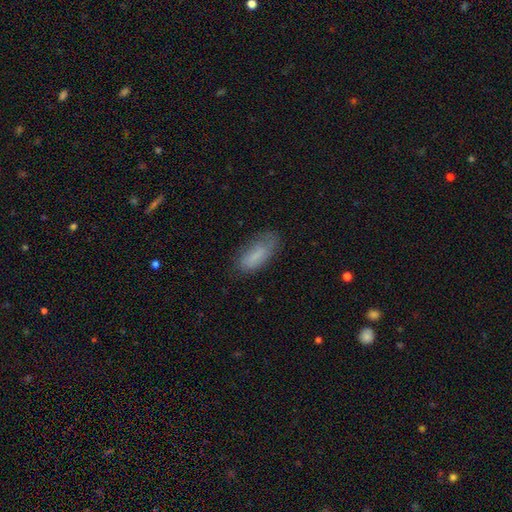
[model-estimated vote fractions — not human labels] A smooth galaxy with no disk features (77%) that is in between round and cigar-shaped (82%). Merging: none (60%).